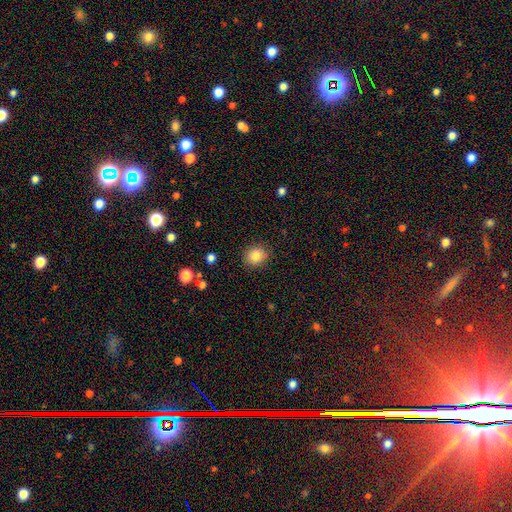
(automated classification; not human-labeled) Smooth or featured?
  - smooth: 83% *
  - star or artifact: 10%
  - featured or disk: 7%
How rounded?
  - round: 79% *
  - in between: 20%
  - cigar-shaped: 1%
Merging?
  - none: 87% *
  - minor disturbance: 9%
  - major disturbance: 2%
  - merger: 1%